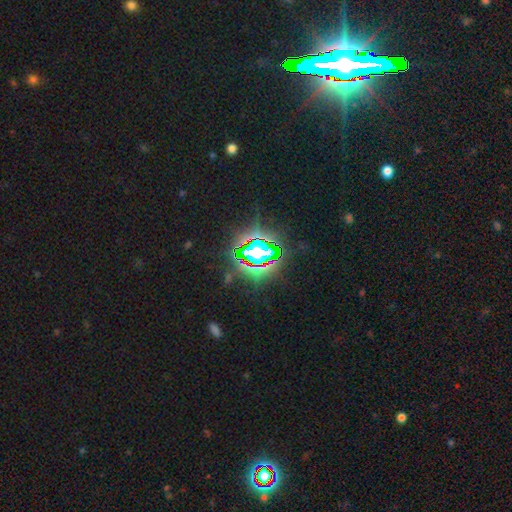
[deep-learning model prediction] star or artifact 79%, featured or disk 11%, smooth 11%.